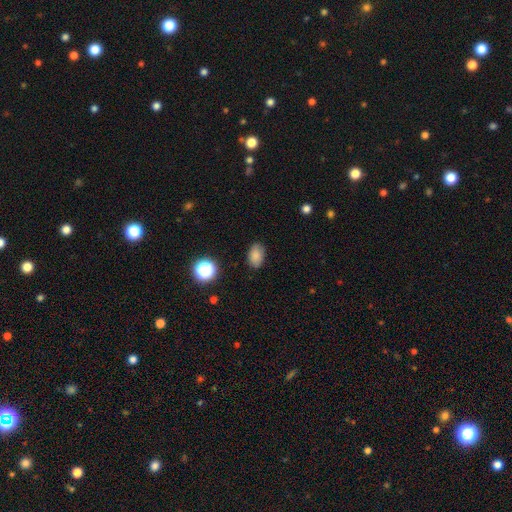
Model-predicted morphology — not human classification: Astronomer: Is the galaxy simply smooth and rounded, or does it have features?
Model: smooth — 84%.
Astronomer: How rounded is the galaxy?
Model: in between — 86%.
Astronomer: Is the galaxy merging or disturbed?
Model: none — 85%.